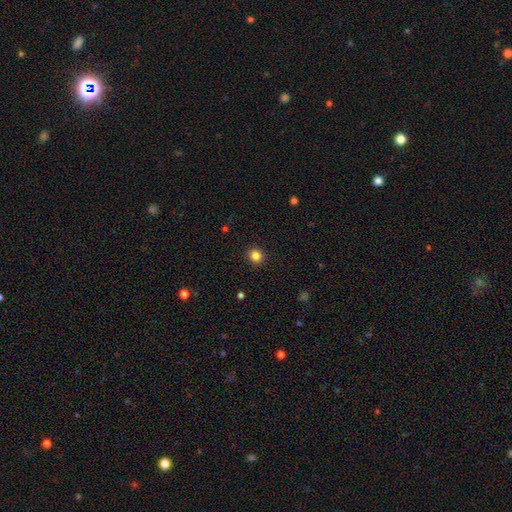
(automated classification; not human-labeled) Morphology: type=smooth (85%); roundness=round (91%); merging=none (92%).